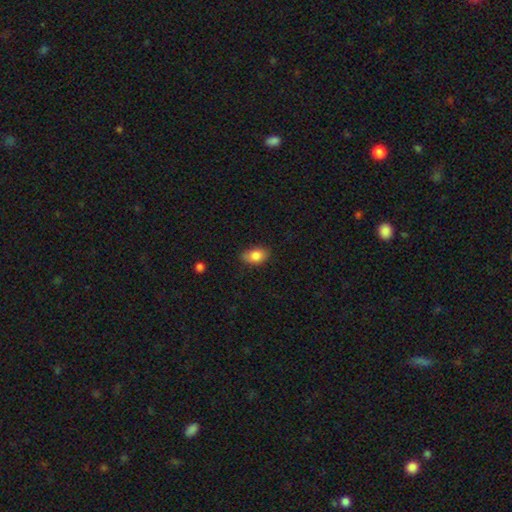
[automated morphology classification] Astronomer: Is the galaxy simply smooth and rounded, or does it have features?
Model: smooth — 83%.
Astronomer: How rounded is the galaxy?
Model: in between — 87%.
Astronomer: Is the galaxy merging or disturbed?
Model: none — 80%.